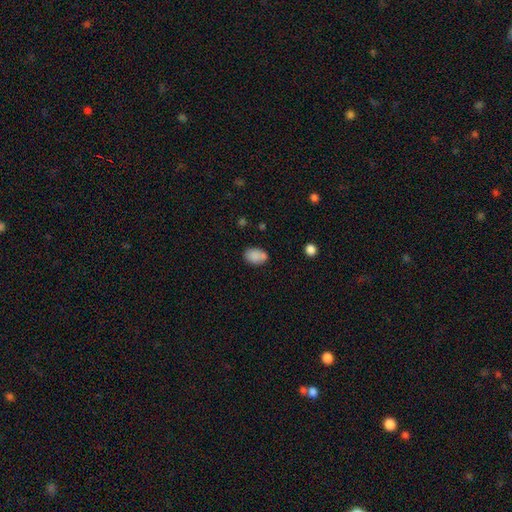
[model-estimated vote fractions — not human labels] Smooth or featured? smooth (85%)
How rounded? in between (81%)
Merging? none (65%)